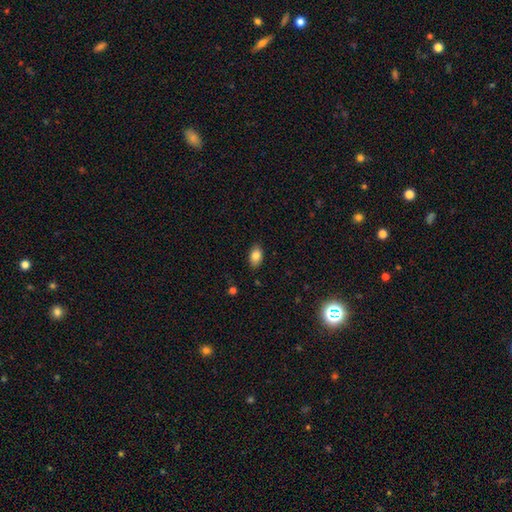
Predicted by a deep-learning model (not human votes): Smooth or featured?
  - smooth: 84% *
  - star or artifact: 8%
  - featured or disk: 8%
How rounded?
  - in between: 89% *
  - round: 9%
  - cigar-shaped: 2%
Merging?
  - none: 86% *
  - minor disturbance: 11%
  - major disturbance: 2%
  - merger: 1%